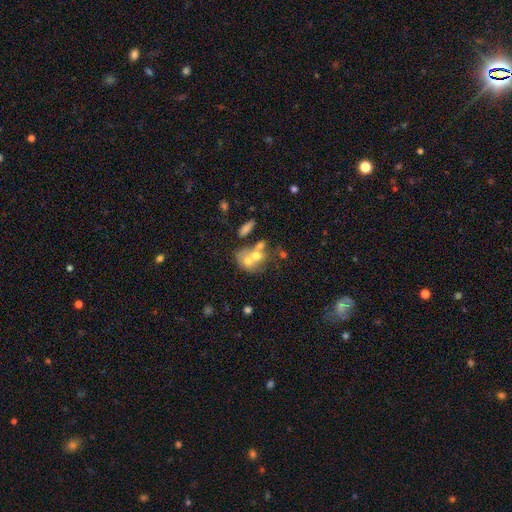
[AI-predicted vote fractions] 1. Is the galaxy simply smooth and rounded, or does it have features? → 52% smooth, 37% featured or disk, 10% star or artifact.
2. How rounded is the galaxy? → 52% round, 47% in between, 2% cigar-shaped.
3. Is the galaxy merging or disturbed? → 60% merger, 23% none, 10% minor disturbance, 7% major disturbance.